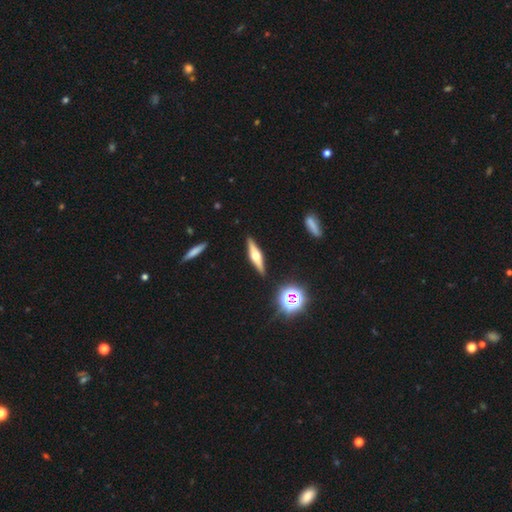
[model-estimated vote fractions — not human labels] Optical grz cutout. It shows a featured or disk galaxy (66%) viewed edge-on (96%) with a rounded central bulge (93%). Merging: none (89%).